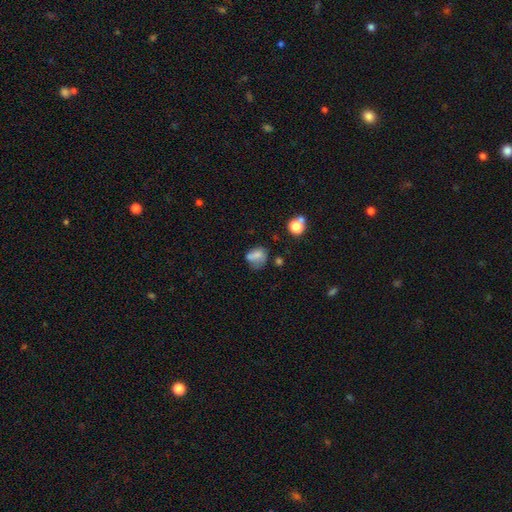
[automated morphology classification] A smooth galaxy with no disk features (69%) that is in between round and cigar-shaped (53%).

Vote fractions:
- Smooth or featured? smooth: 69% / featured or disk: 18% / star or artifact: 13%
- How rounded? in between: 53% / round: 46% / cigar-shaped: 1%
- Merging? none: 41% / minor disturbance: 28% / major disturbance: 17% / merger: 14%